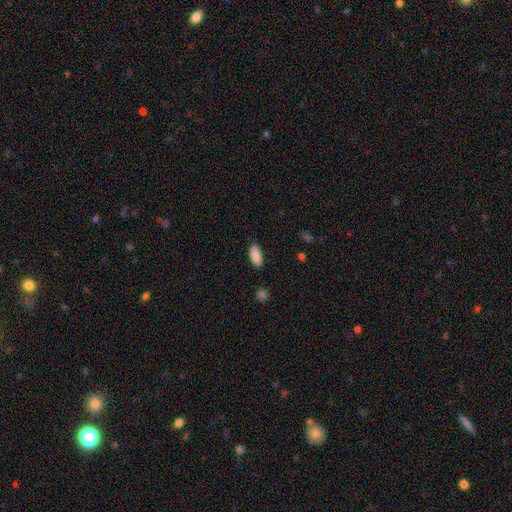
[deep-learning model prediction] smooth-or-featured: smooth: 89% | star or artifact: 7% | featured or disk: 4%
  how-rounded: in between: 88% | cigar-shaped: 10% | round: 2%
  merging: none: 87% | minor disturbance: 9% | major disturbance: 2% | merger: 1%